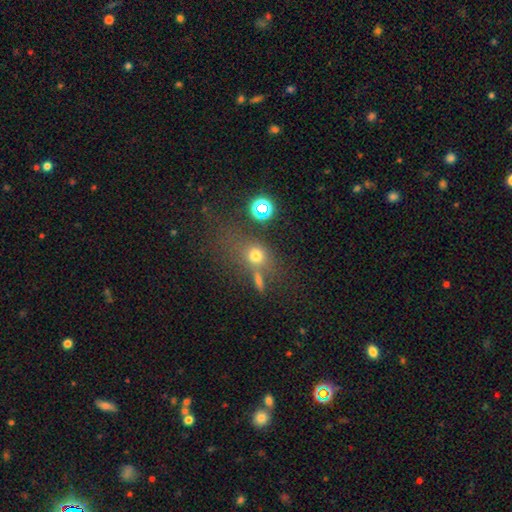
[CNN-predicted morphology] Smooth or featured?
  - smooth: 65% *
  - star or artifact: 22%
  - featured or disk: 13%
How rounded?
  - round: 61% *
  - in between: 35%
  - cigar-shaped: 5%
Merging?
  - none: 51% *
  - merger: 22%
  - minor disturbance: 14%
  - major disturbance: 12%